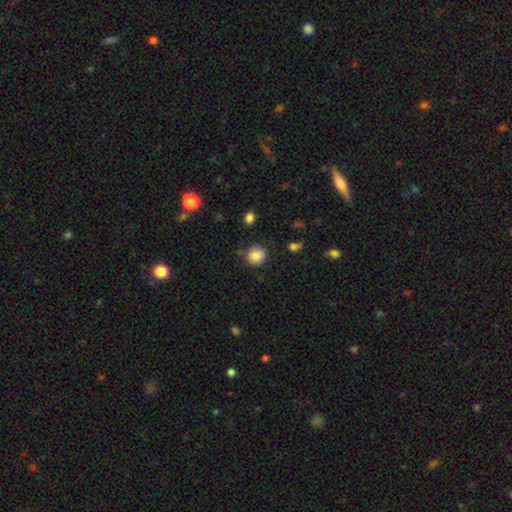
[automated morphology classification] smooth_or_featured: smooth (p=0.86) [alt: star or artifact p=0.09]
how_rounded: round (p=0.81) [alt: in between p=0.18]
merging: none (p=0.80) [alt: minor disturbance p=0.14]